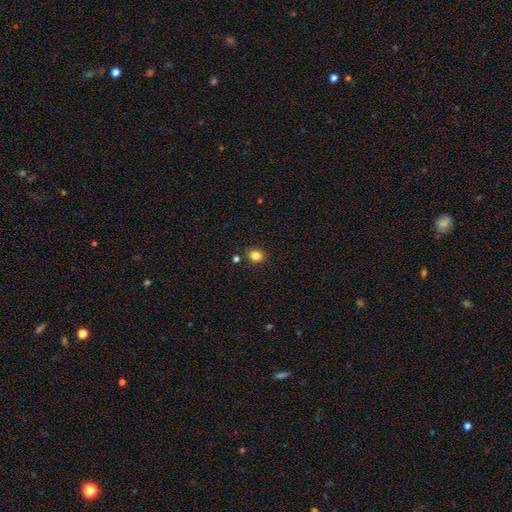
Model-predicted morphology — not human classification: Smooth or featured? Predicted: smooth (p=0.83). How rounded? Predicted: round (p=0.60). Merging? Predicted: none (p=0.85).